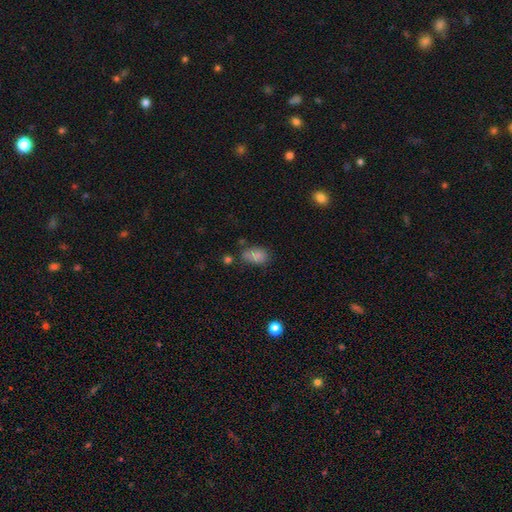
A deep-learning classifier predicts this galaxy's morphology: smooth 80%, star or artifact 12%, featured or disk 9%. Down the decision tree: how rounded — in between (84%); merging — none (52%).